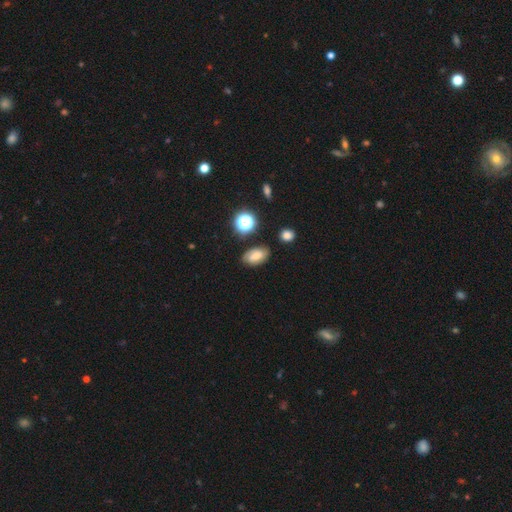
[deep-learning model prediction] Smooth or featured? smooth (50%)
How rounded? in between (85%)
Merging? none (77%)